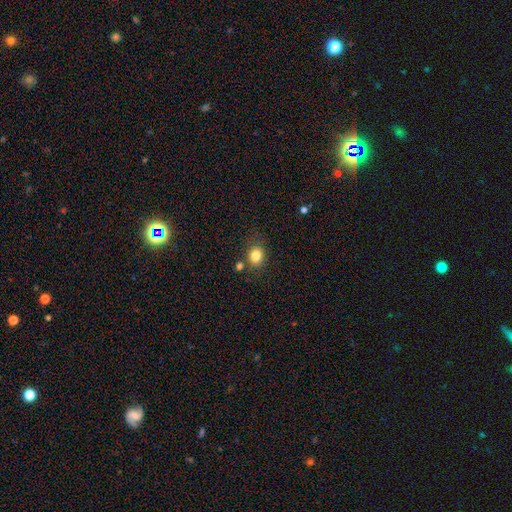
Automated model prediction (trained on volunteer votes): Smooth or featured?
  - smooth: 82% *
  - star or artifact: 11%
  - featured or disk: 6%
How rounded?
  - round: 64% *
  - in between: 35%
  - cigar-shaped: 1%
Merging?
  - none: 75% *
  - minor disturbance: 12%
  - merger: 8%
  - major disturbance: 4%